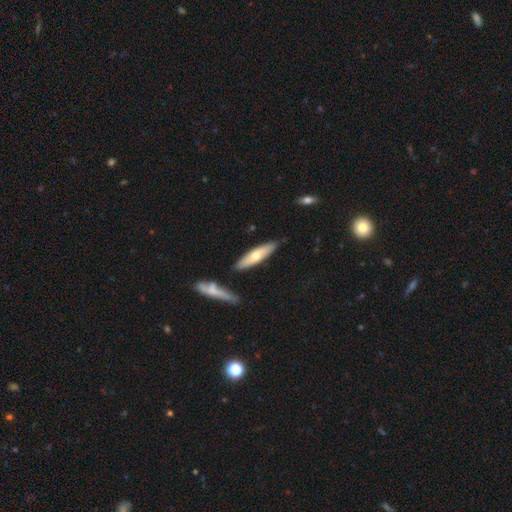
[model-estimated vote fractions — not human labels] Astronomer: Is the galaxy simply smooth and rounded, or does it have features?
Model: smooth — 58% (runner-up: featured or disk, 37%).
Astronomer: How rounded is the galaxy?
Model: cigar-shaped — 68%.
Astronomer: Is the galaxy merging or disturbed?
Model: none — 83%.